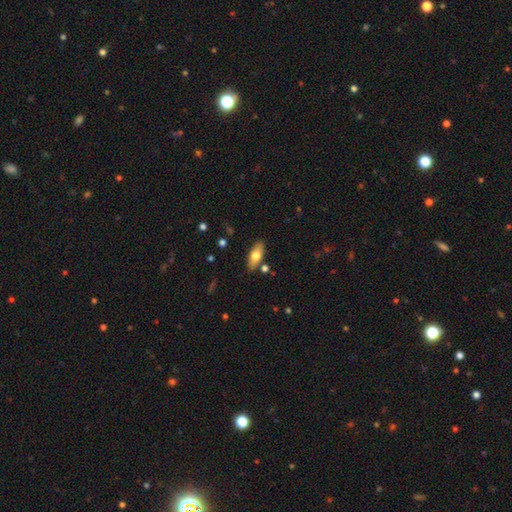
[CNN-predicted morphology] smooth 67%, featured or disk 27%, star or artifact 6%. Down the decision tree: how rounded — in between (79%); merging — none (84%).